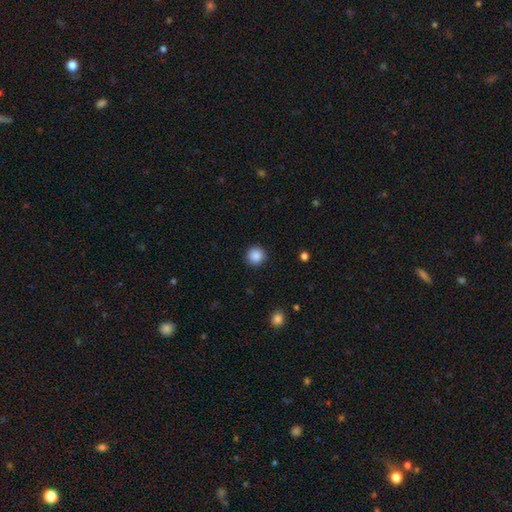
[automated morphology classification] Q: Smooth or featured?
A: smooth (88%); runner-up: star or artifact (9%)
Q: How rounded?
A: round (95%); runner-up: in between (4%)
Q: Merging?
A: none (92%); runner-up: minor disturbance (5%)